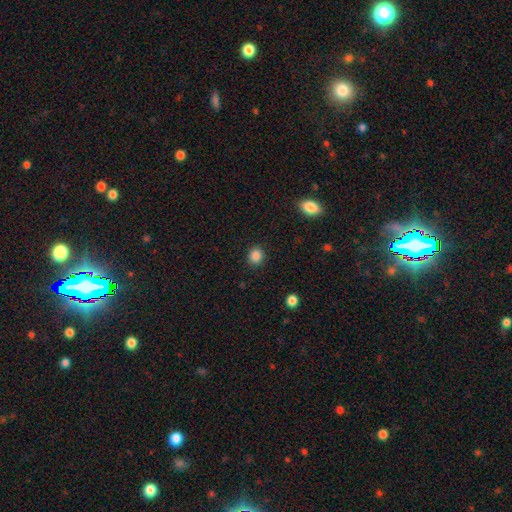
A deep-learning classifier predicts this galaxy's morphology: This is clearly a smooth galaxy (86%). How rounded: likely round (78%). Merging: clearly none (90%).